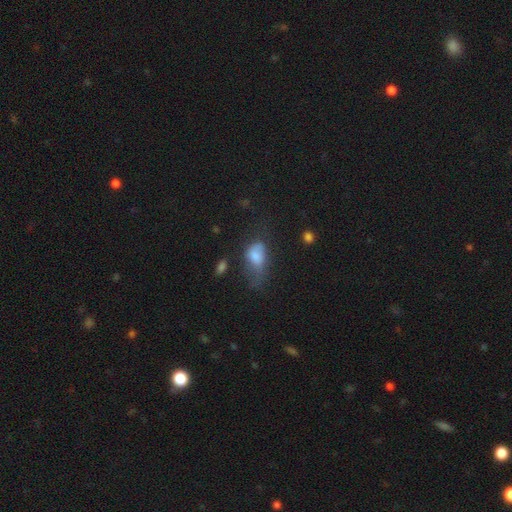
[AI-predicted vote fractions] Smooth or featured?
  - smooth: 70% *
  - featured or disk: 19%
  - star or artifact: 11%
How rounded?
  - in between: 85% *
  - round: 11%
  - cigar-shaped: 4%
Merging?
  - major disturbance: 38% *
  - minor disturbance: 31%
  - none: 26%
  - merger: 5%